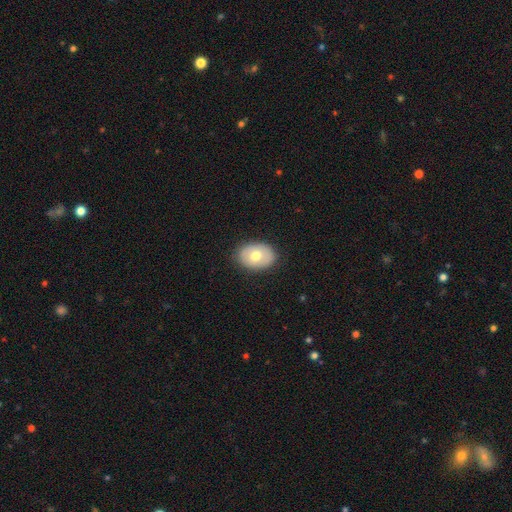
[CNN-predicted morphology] Smooth or featured? smooth (66%)
How rounded? in between (74%)
Merging? none (86%)